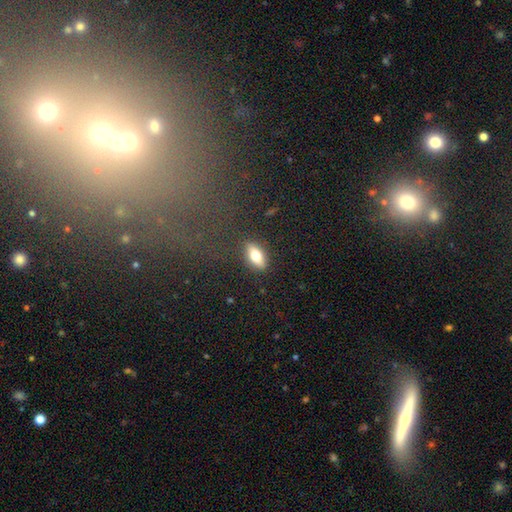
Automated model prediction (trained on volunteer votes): The model was most divided on "smooth or featured": smooth: 67%, featured or disk: 26%, star or artifact: 8%. More confident: merging — none (86%); how rounded — in between (76%).